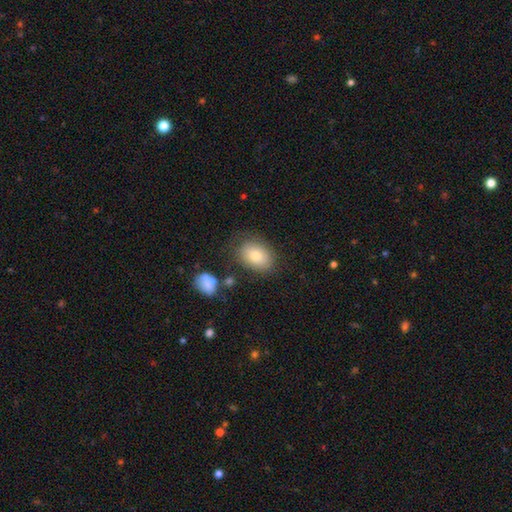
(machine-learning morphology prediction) A smooth galaxy with no disk features (77%) that is in between round and cigar-shaped (76%). Merging: none (75%).